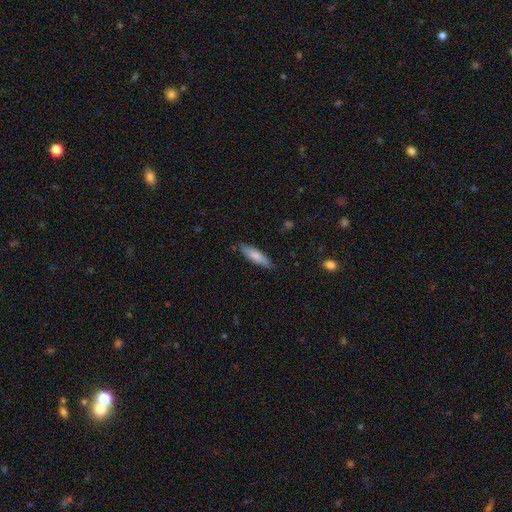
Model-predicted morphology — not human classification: Smooth or featured? Predicted: smooth (p=0.78). How rounded? Predicted: cigar-shaped (p=0.64). Merging? Predicted: none (p=0.83).